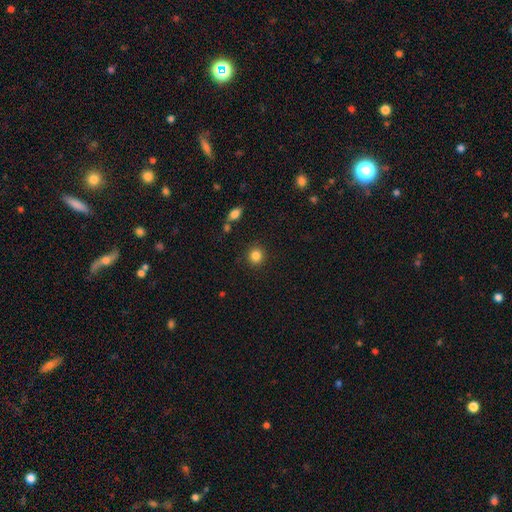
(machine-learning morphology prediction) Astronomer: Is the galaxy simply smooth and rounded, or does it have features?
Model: smooth — 85%.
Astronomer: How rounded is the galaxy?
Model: round — 90%.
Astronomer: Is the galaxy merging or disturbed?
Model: none — 89%.